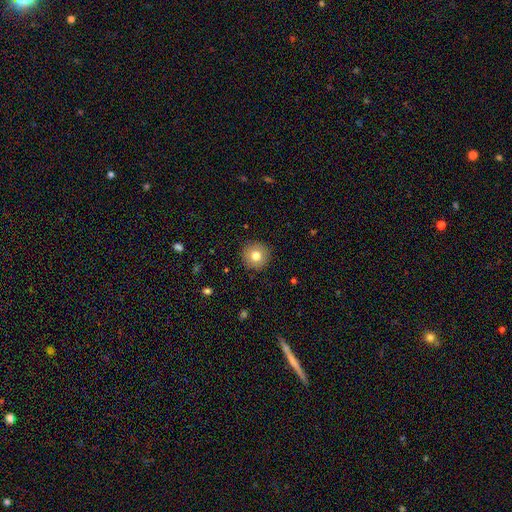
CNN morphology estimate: smooth_or_featured: smooth (p=0.78) [alt: featured or disk p=0.12]
how_rounded: round (p=0.95) [alt: in between p=0.04]
merging: none (p=0.91) [alt: minor disturbance p=0.06]